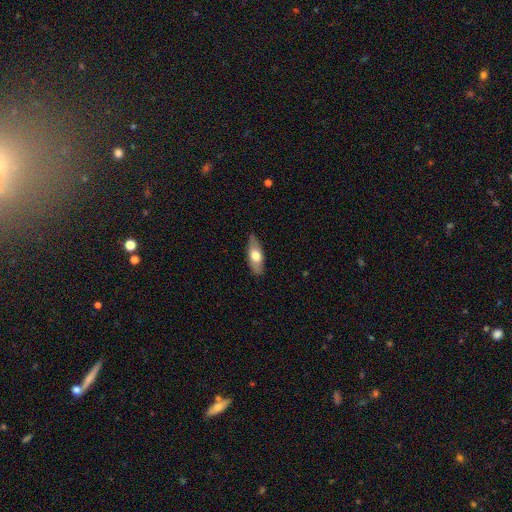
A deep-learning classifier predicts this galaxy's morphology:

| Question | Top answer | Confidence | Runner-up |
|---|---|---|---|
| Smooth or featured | smooth | 62% | featured or disk (33%) |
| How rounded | in between | 75% | cigar-shaped (22%) |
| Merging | none | 85% | minor disturbance (12%) |